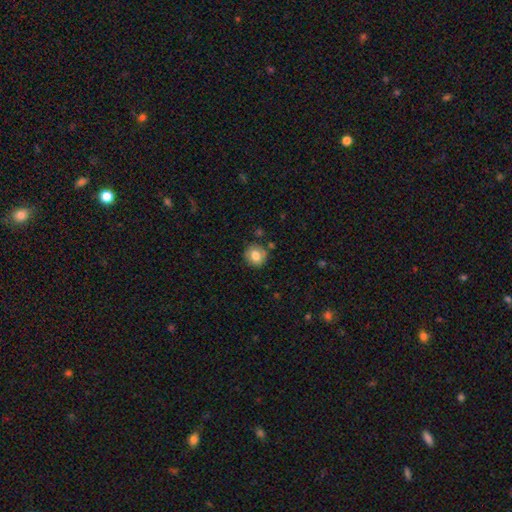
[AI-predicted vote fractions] Q: Smooth or featured?
A: smooth (78%); runner-up: featured or disk (13%)
Q: How rounded?
A: round (88%); runner-up: in between (11%)
Q: Merging?
A: none (83%); runner-up: minor disturbance (11%)